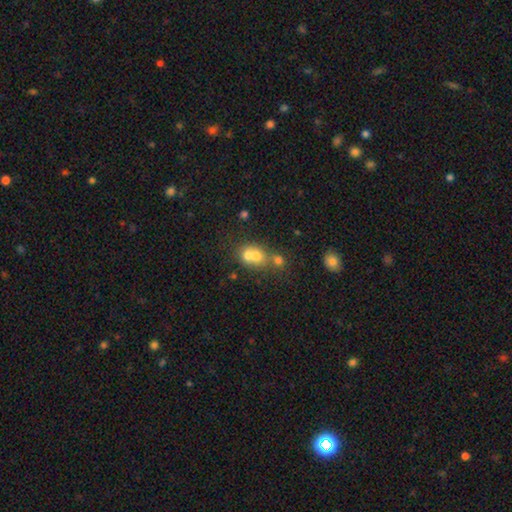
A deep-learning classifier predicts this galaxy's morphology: This appears to be a smooth galaxy with no disk features (65%) that is round (65%). Merging: merger (65%).